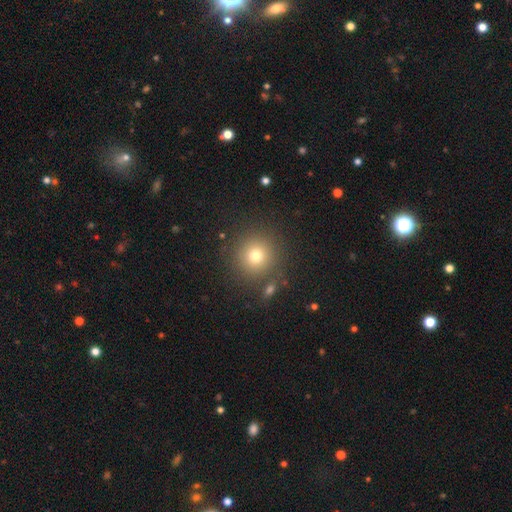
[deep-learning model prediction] The model was most divided on "smooth or featured": smooth: 74%, star or artifact: 15%, featured or disk: 11%. More confident: how rounded — round (94%); merging — none (85%).